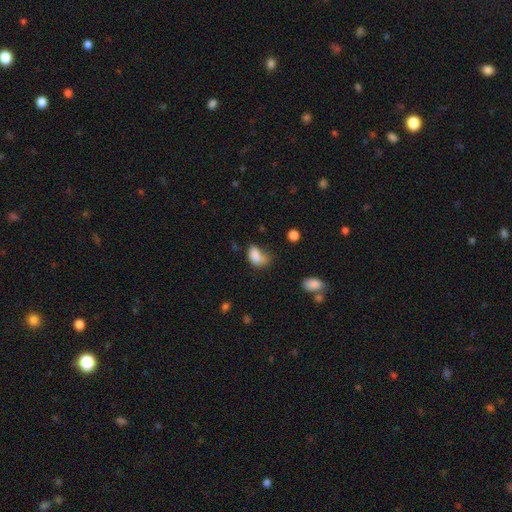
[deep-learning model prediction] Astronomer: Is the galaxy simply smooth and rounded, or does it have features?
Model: smooth — 81%.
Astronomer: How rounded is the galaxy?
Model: in between — 85%.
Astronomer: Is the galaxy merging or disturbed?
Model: minor disturbance — 32% (runner-up: none, 30%).